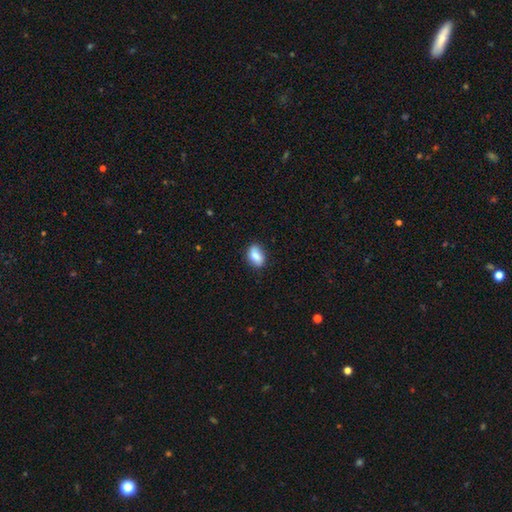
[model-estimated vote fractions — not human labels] This appears to be a smooth galaxy with no disk features (82%) that is in between round and cigar-shaped (84%). Merging: none (78%).